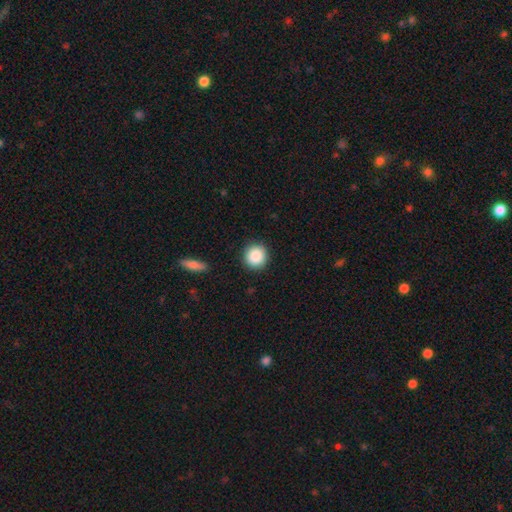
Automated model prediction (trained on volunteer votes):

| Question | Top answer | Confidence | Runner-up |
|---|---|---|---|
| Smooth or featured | smooth | 87% | star or artifact (8%) |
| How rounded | round | 93% | in between (6%) |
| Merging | none | 91% | minor disturbance (6%) |